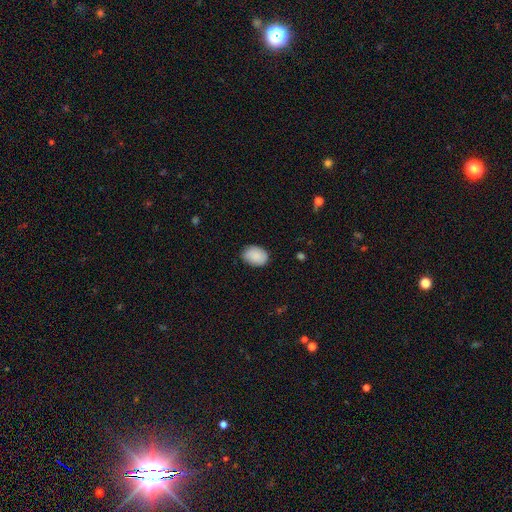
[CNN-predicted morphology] Overall: smooth (88%). How rounded: in between (74%). Merging: none (83%).